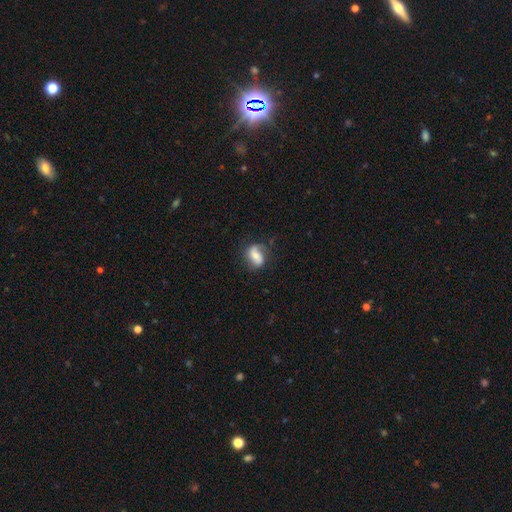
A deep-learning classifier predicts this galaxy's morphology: smooth-or-featured: smooth: 46% (tied) | featured or disk: 46% (tied) | star or artifact: 8%
  merging: none: 65% | minor disturbance: 23% | major disturbance: 9% | merger: 2%